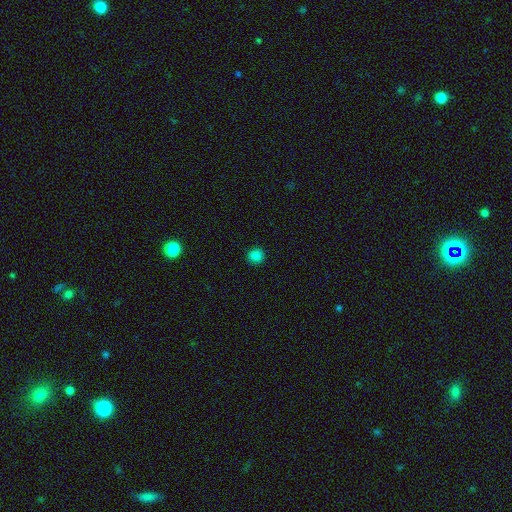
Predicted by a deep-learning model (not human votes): A smooth galaxy with no disk features (84%) that is round (92%).

Vote fractions:
- Smooth or featured? smooth: 84% / star or artifact: 14% / featured or disk: 3%
- How rounded? round: 92% / in between: 7% / cigar-shaped: 1%
- Merging? none: 92% / minor disturbance: 5% / major disturbance: 2% / merger: 1%